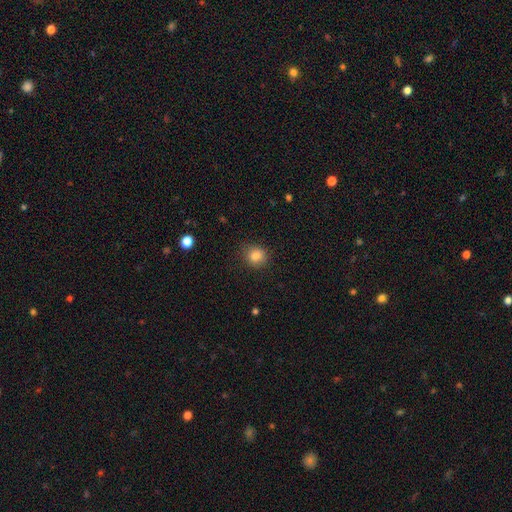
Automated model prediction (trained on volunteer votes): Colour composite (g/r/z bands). It shows a smooth galaxy with no disk features (84%) that is round (84%). Merging: none (86%).